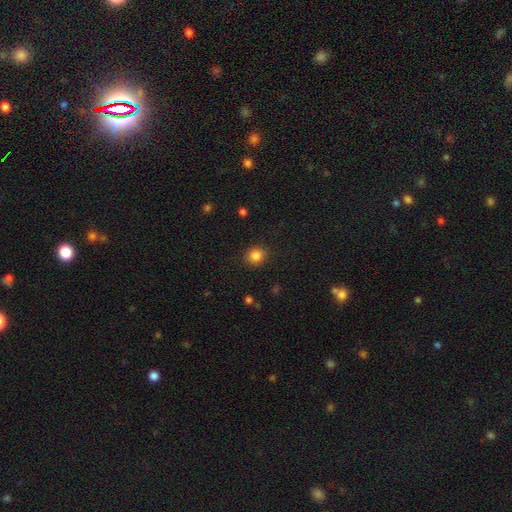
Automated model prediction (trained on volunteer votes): Overall: smooth (85%). How rounded: round (84%). Merging: none (90%).